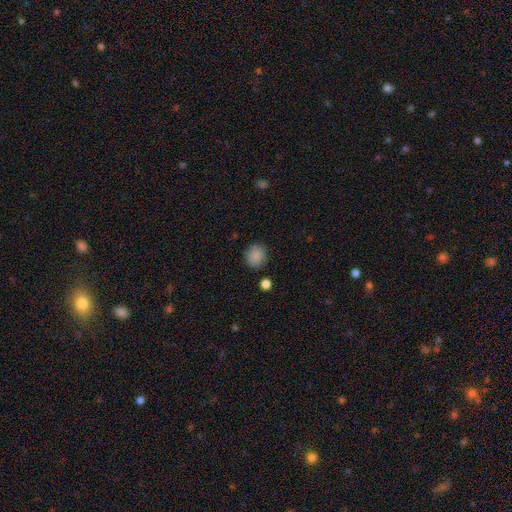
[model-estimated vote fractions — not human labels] Smooth or featured? smooth (87%)
How rounded? round (85%)
Merging? none (85%)